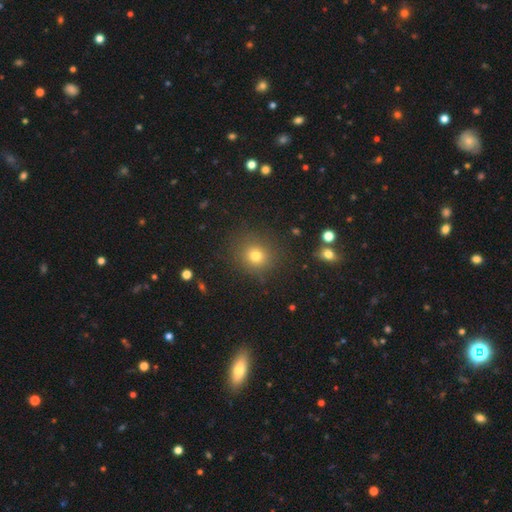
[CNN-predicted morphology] A smooth galaxy with no disk features (76%) that is round (88%). Merging: none (87%).